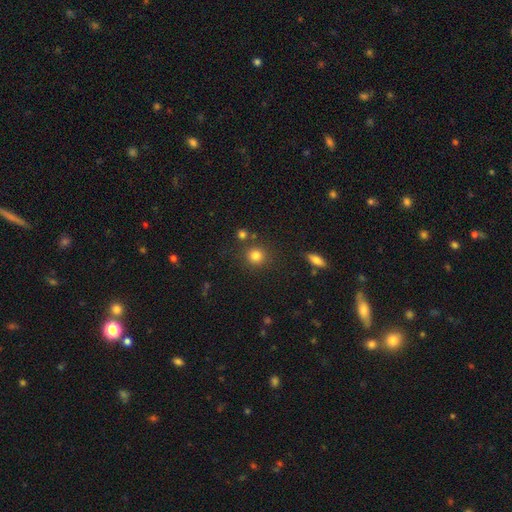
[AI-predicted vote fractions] Smooth or featured?
  - smooth: 82% *
  - star or artifact: 12%
  - featured or disk: 6%
How rounded?
  - round: 90% *
  - in between: 9%
  - cigar-shaped: 1%
Merging?
  - none: 82% *
  - minor disturbance: 8%
  - merger: 7%
  - major disturbance: 3%